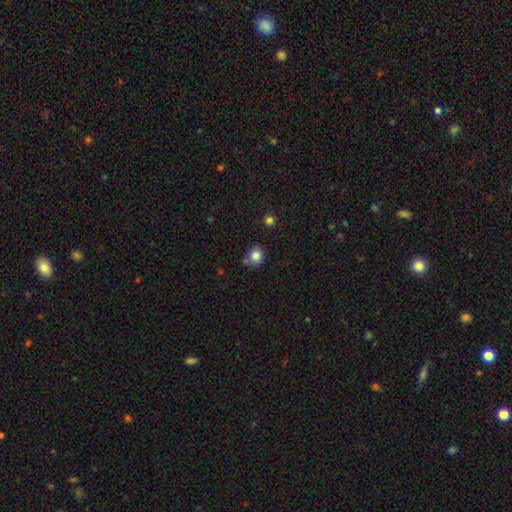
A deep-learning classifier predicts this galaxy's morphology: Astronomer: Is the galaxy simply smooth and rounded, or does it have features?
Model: smooth — 83%.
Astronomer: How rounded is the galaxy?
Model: round — 80%.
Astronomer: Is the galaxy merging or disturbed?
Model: none — 73%.